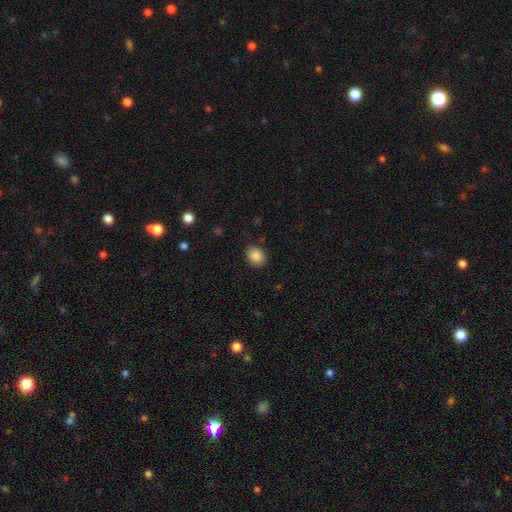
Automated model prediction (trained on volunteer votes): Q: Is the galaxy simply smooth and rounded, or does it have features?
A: smooth — 87%.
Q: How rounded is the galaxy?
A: in between — 50%.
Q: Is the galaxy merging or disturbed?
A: none — 86%.